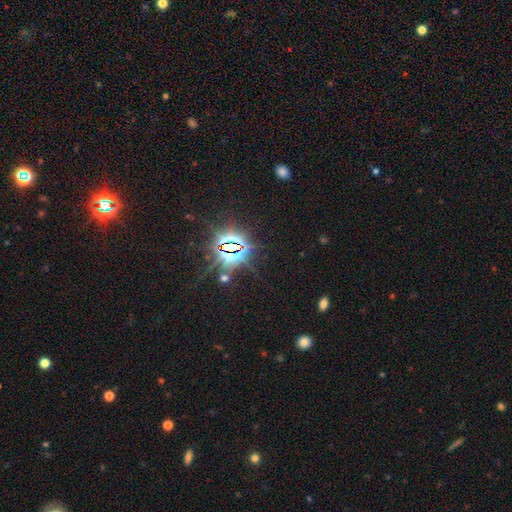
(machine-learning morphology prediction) This appears to be a star or artifact, not a galaxy (81%).